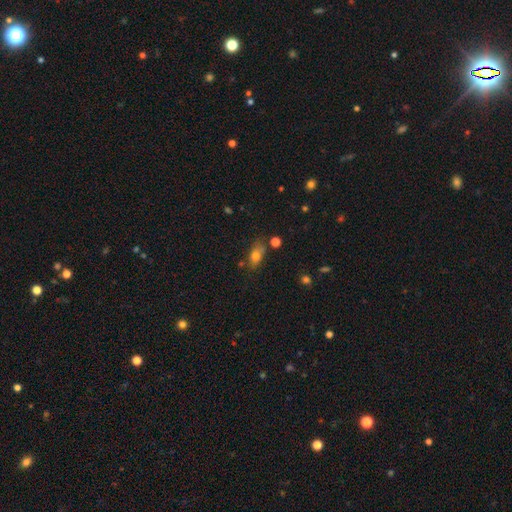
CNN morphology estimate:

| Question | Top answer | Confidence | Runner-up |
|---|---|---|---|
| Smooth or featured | smooth | 74% | featured or disk (15%) |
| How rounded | in between | 78% | round (13%) |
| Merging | none | 63% | minor disturbance (20%) |